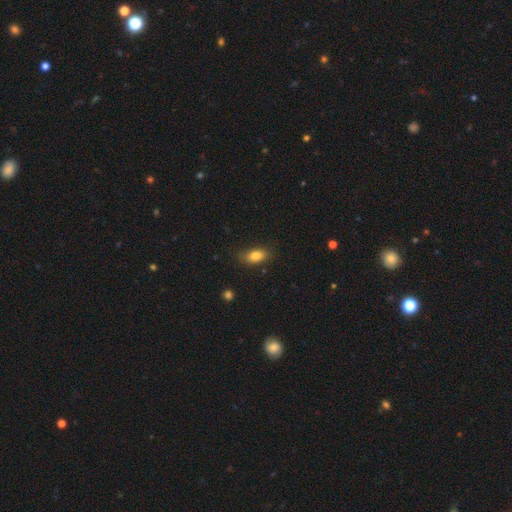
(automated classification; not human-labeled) Smooth or featured? Predicted: smooth (p=0.84). How rounded? Predicted: in between (p=0.86). Merging? Predicted: none (p=0.80).